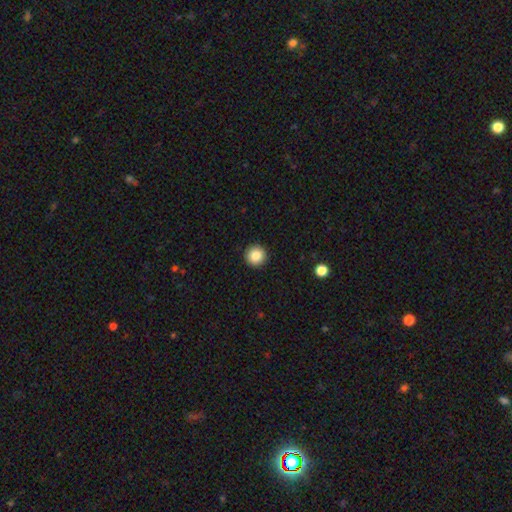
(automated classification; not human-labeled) This appears to be a smooth galaxy with no disk features (86%) that is round (96%). Merging: none (93%).